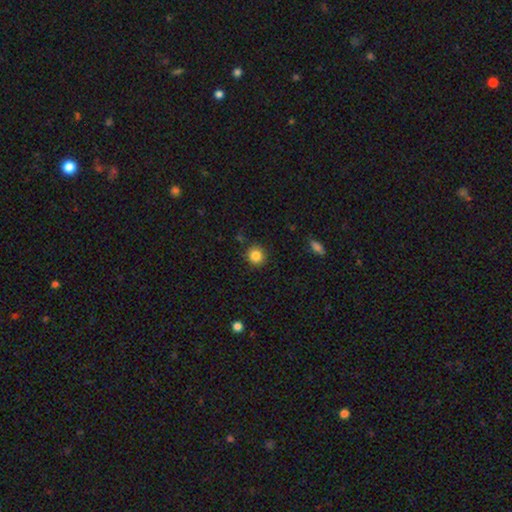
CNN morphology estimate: Overall: smooth (85%). How rounded: round (90%). Merging: none (87%).